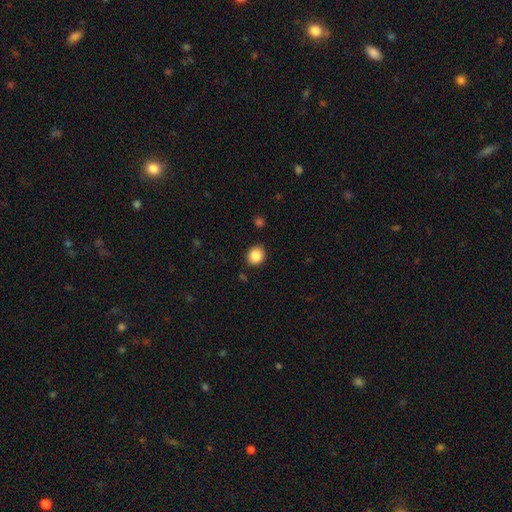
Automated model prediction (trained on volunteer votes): Smooth or featured? smooth (87%)
How rounded? round (75%)
Merging? none (87%)